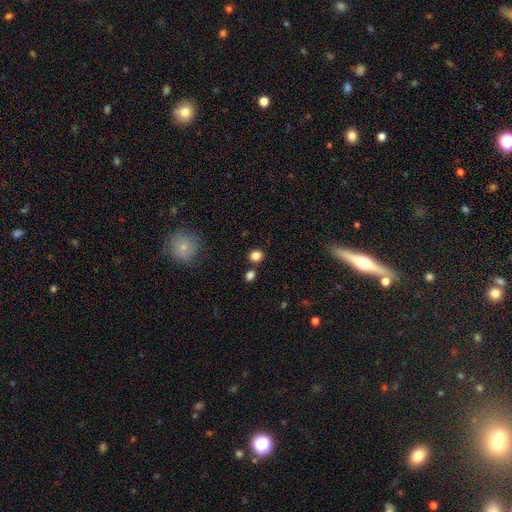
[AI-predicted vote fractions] Q: Smooth or featured?
A: smooth (84%); runner-up: star or artifact (12%)
Q: How rounded?
A: round (79%); runner-up: in between (20%)
Q: Merging?
A: none (78%); runner-up: merger (10%)